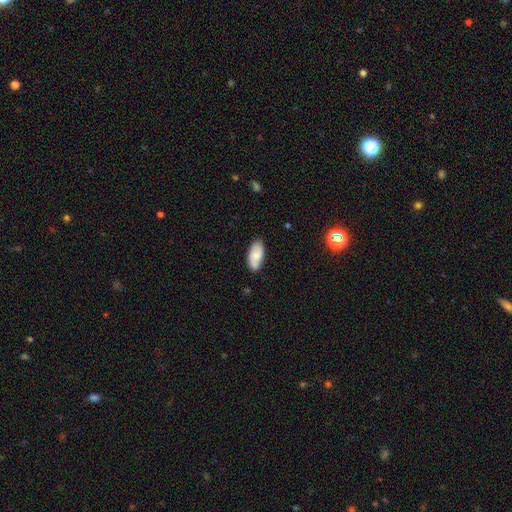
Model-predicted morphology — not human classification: Q: Smooth or featured?
A: smooth (73%); runner-up: featured or disk (20%)
Q: How rounded?
A: in between (91%); runner-up: cigar-shaped (7%)
Q: Merging?
A: none (79%); runner-up: minor disturbance (16%)